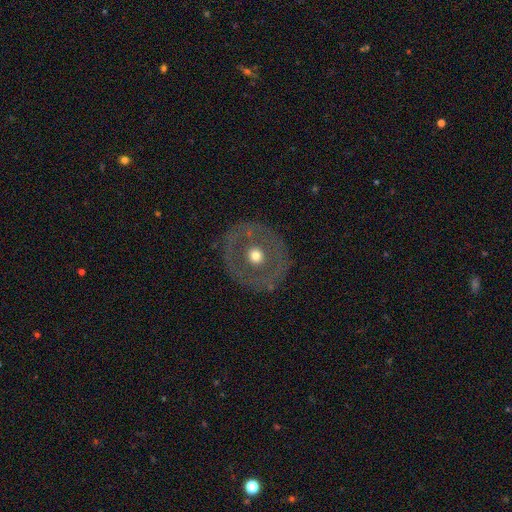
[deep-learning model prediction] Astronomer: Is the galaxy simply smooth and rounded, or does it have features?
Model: featured or disk — 50% (runner-up: smooth, 44%).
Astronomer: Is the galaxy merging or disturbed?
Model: none — 84%.